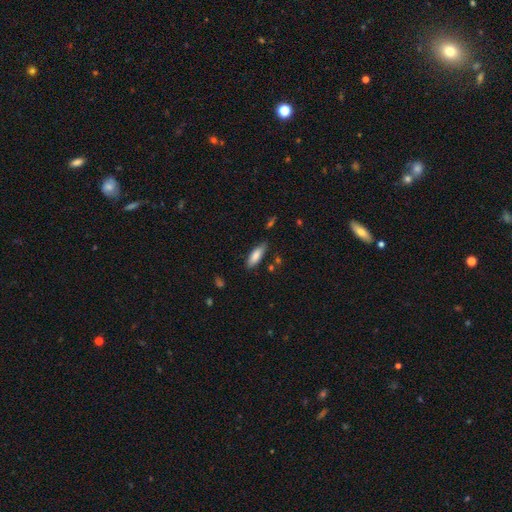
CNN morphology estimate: Overall: smooth (81%). How rounded: in between (63%; cigar-shaped 35%). Merging: none (78%).